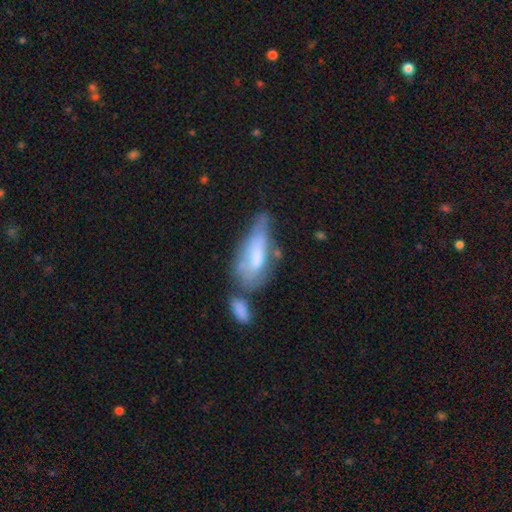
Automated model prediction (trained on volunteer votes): smooth 57%, featured or disk 36%, star or artifact 7%. Down the decision tree: how rounded — in between (67%); merging — merger (31%).